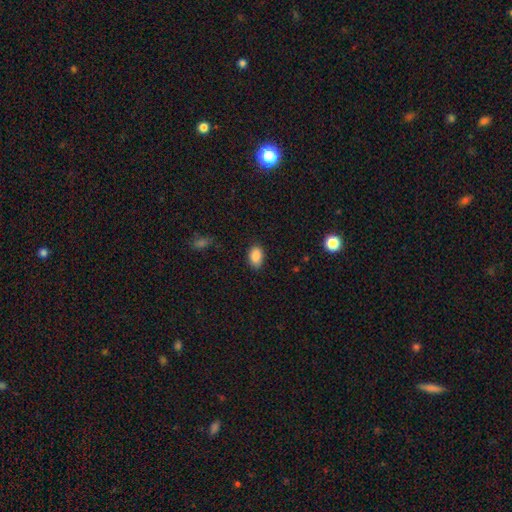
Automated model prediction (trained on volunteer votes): Morphology: type=smooth (87%); roundness=in between (86%); merging=none (83%).